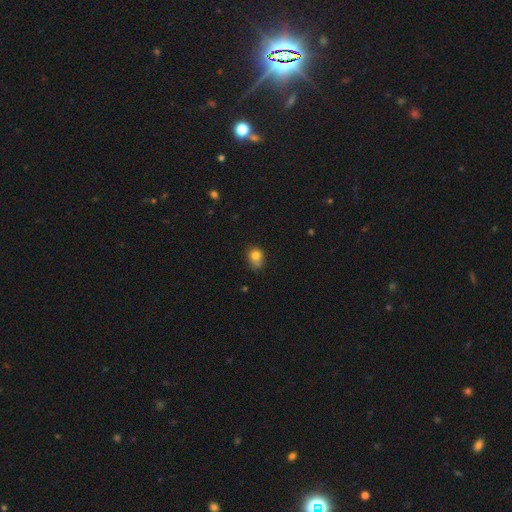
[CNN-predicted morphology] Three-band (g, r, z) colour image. It shows a smooth galaxy with no disk features (80%) that is round (53%). Merging: none (55%).